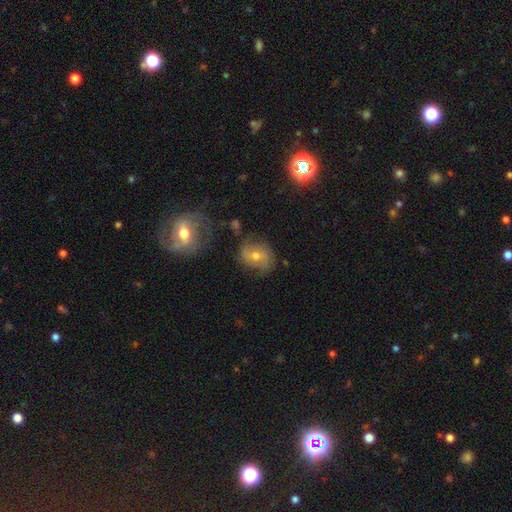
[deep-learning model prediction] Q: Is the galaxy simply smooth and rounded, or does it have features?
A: featured or disk — 51%.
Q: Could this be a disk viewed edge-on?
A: no — 94%.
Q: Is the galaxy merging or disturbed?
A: none — 65%.